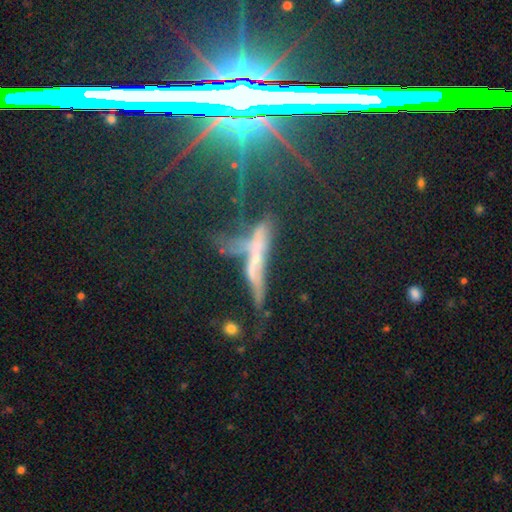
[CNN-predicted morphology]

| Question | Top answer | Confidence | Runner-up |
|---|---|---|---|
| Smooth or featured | featured or disk | 39% | star or artifact (33%) |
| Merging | none | 33% | merger (30%) |